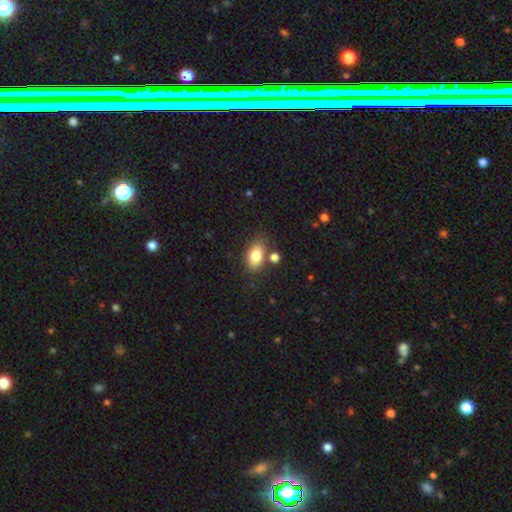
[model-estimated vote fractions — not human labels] A smooth galaxy with no disk features (82%) that is in between round and cigar-shaped (89%).

Vote fractions:
- Smooth or featured? smooth: 82% / featured or disk: 10% / star or artifact: 8%
- How rounded? in between: 89% / round: 9% / cigar-shaped: 3%
- Merging? none: 69% / minor disturbance: 14% / merger: 12% / major disturbance: 4%